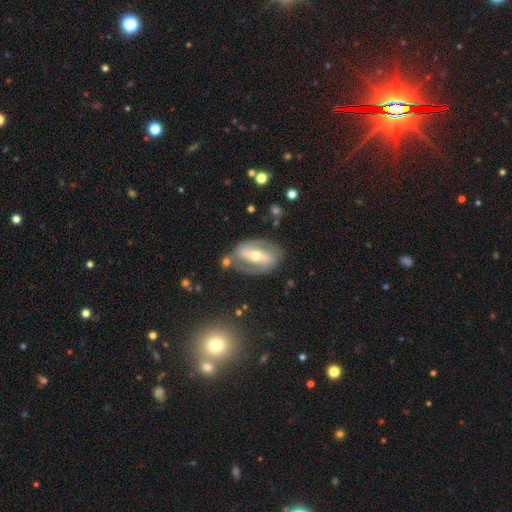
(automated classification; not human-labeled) Overall: featured or disk (81%). Edge-on disk: no (93%). Bar: strong (62%; weak 23%). Spiral arms: yes (80%). Spiral arm count: 2 (87%). Spiral winding: medium (45%; tight 31%). Bulge size: moderate (63%; small 31%). Merging: none (75%).